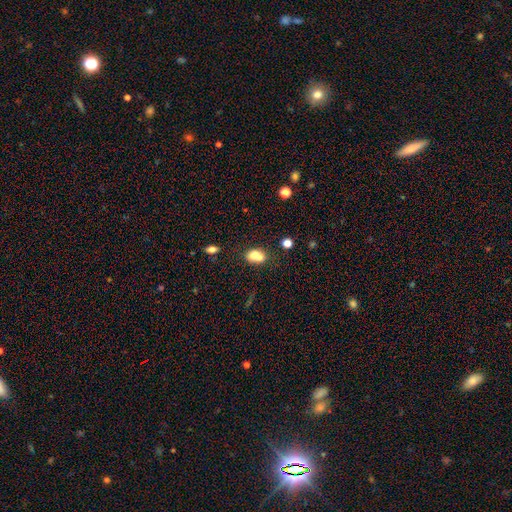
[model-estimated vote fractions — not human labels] Smooth or featured? smooth (72%)
How rounded? in between (62%)
Merging? merger (51%)